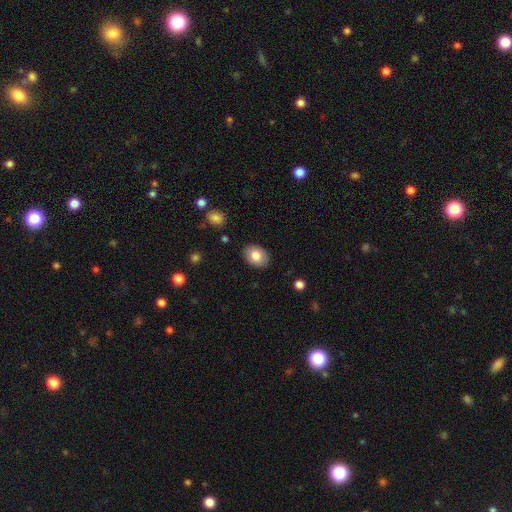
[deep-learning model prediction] smooth 81%, featured or disk 12%, star or artifact 7%. Down the decision tree: how rounded — in between (74%); merging — none (87%).